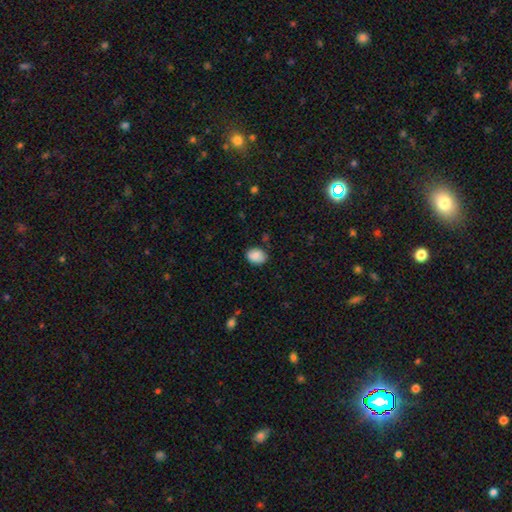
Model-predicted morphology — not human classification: Q: Smooth or featured?
A: smooth (87%); runner-up: star or artifact (8%)
Q: How rounded?
A: in between (67%); runner-up: round (32%)
Q: Merging?
A: none (81%); runner-up: minor disturbance (14%)